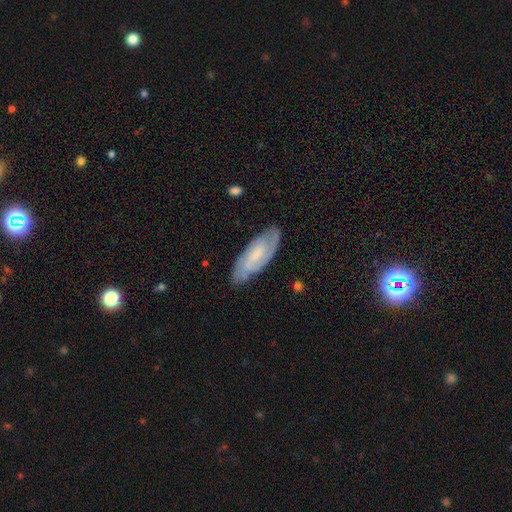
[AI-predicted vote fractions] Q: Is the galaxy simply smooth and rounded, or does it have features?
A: featured or disk — 74%.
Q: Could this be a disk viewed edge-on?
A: no — 89%.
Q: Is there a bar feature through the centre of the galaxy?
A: weak — 46%.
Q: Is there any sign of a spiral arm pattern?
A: yes — 93%.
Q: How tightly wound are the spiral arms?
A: tight — 55%.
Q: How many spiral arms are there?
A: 2 — 62%.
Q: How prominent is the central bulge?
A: small — 50%.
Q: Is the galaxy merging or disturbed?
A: none — 80%.